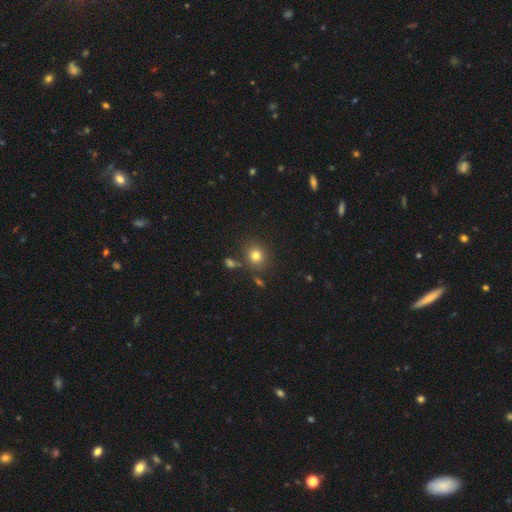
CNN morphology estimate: Q: Smooth or featured?
A: smooth (78%); runner-up: star or artifact (14%)
Q: How rounded?
A: round (80%); runner-up: in between (19%)
Q: Merging?
A: none (79%); runner-up: minor disturbance (10%)